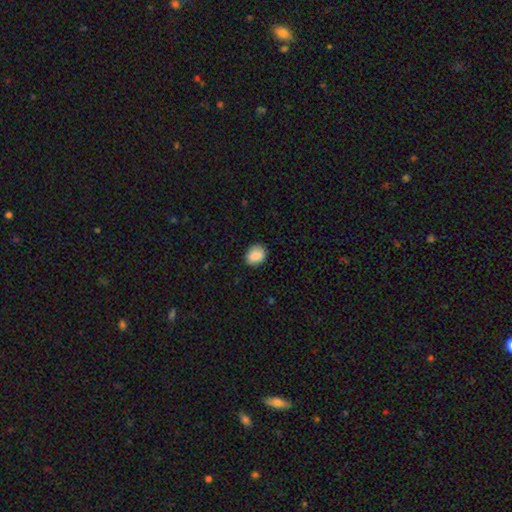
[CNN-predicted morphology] smooth-or-featured: smooth: 87% | star or artifact: 8% | featured or disk: 6%
  how-rounded: in between: 51% | round: 48% | cigar-shaped: 1%
  merging: none: 82% | minor disturbance: 14% | major disturbance: 3% | merger: 1%